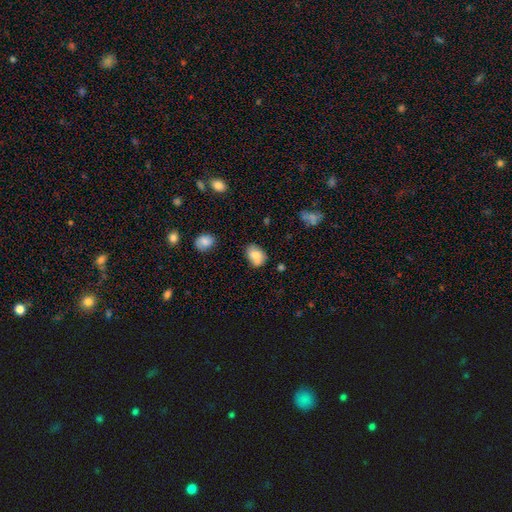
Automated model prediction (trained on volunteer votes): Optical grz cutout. It shows a smooth galaxy with no disk features (75%) that is in between round and cigar-shaped (69%). Merging: none (59%).